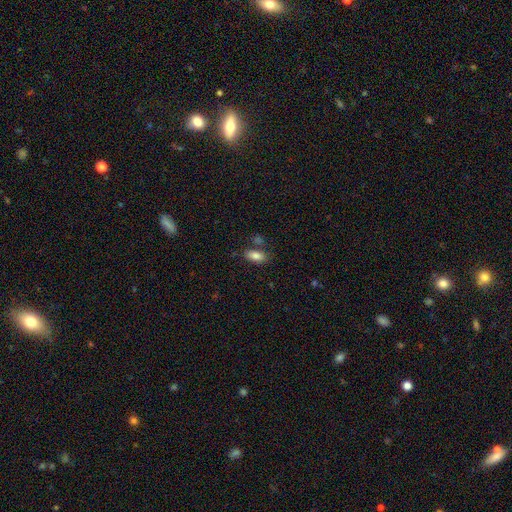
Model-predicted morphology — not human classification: smooth-or-featured: smooth: 84% | featured or disk: 8% | star or artifact: 8%
  how-rounded: in between: 88% | cigar-shaped: 9% | round: 3%
  merging: none: 72% | minor disturbance: 14% | merger: 10% | major disturbance: 4%